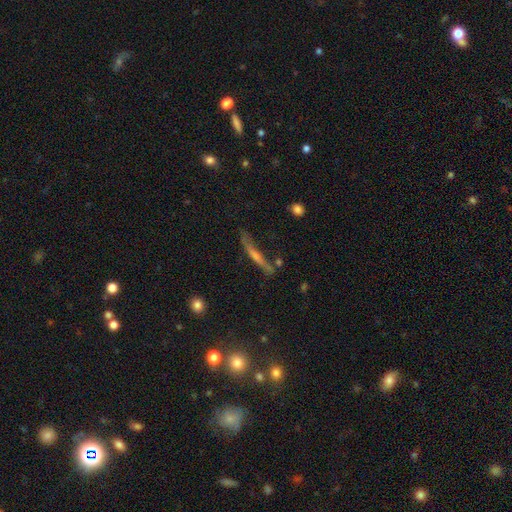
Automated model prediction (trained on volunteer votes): Smooth or featured? Predicted: featured or disk (p=0.58). Edge-on disk? Predicted: yes (p=0.89). Edge-on bulge? Predicted: rounded (p=0.49). Merging? Predicted: none (p=0.64).